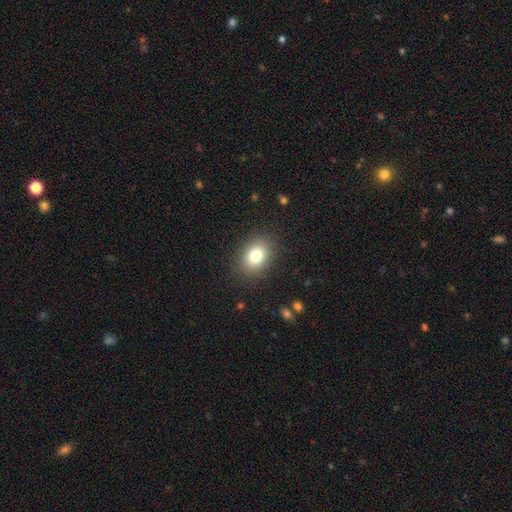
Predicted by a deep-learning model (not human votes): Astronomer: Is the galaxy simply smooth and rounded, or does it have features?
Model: smooth — 80%.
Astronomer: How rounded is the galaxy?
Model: in between — 70%.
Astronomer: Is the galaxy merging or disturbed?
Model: none — 87%.